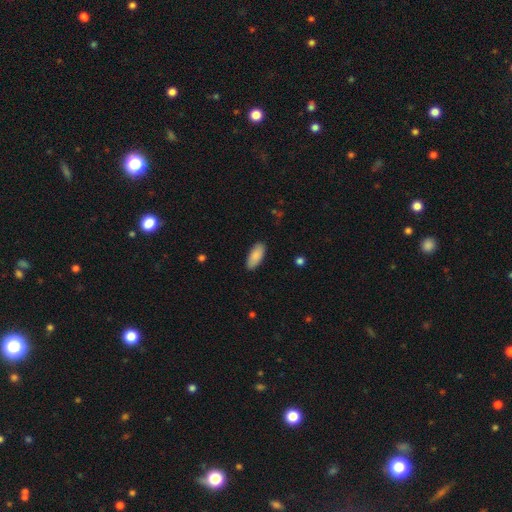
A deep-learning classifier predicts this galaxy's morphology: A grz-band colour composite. It shows a smooth galaxy with no disk features (88%) that is in between round and cigar-shaped (88%). Merging: none (88%).